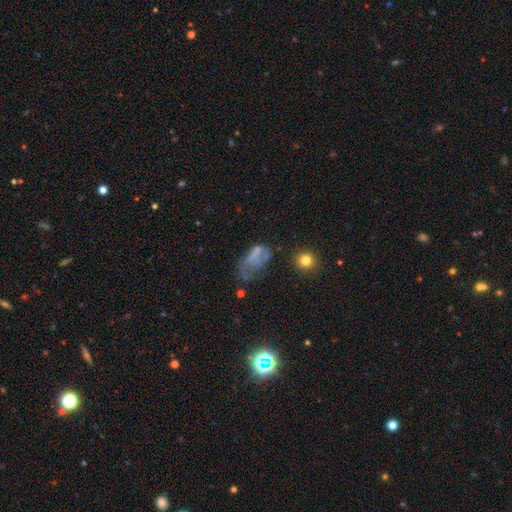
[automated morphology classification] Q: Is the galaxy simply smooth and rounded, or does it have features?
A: smooth — 54%.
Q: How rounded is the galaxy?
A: in between — 84%.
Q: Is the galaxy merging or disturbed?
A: major disturbance — 41%.